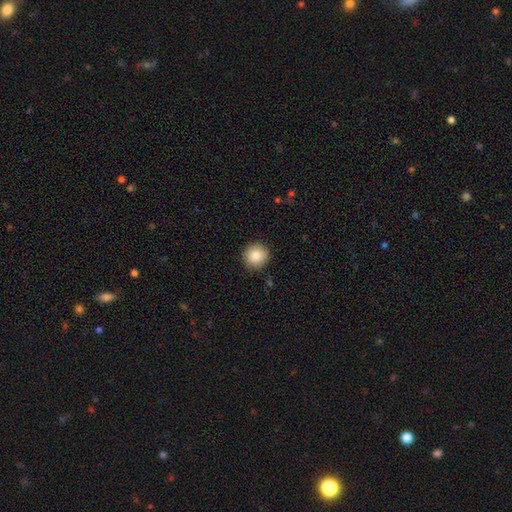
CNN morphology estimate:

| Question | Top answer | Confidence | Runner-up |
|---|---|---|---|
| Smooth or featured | smooth | 86% | star or artifact (8%) |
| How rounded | round | 92% | in between (7%) |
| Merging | none | 90% | minor disturbance (7%) |